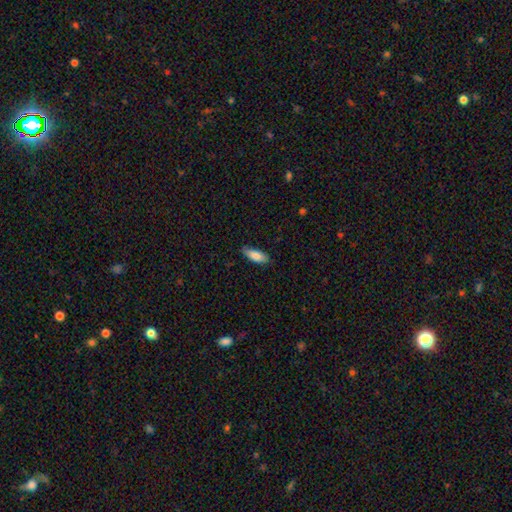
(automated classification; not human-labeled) Smooth or featured? smooth (83%)
How rounded? in between (74%)
Merging? none (79%)